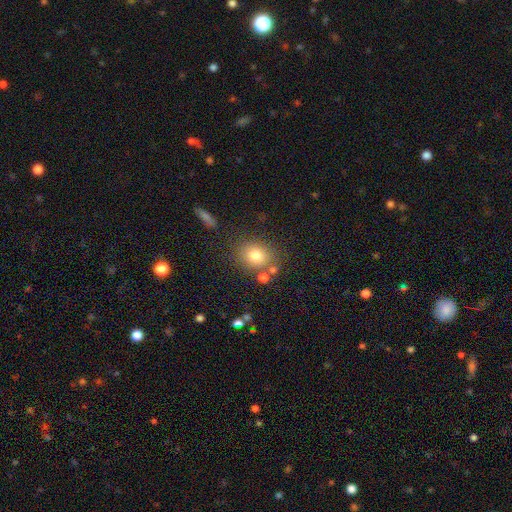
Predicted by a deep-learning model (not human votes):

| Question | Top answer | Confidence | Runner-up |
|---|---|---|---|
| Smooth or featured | smooth | 79% | star or artifact (11%) |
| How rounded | round | 60% | in between (39%) |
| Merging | none | 71% | minor disturbance (13%) |